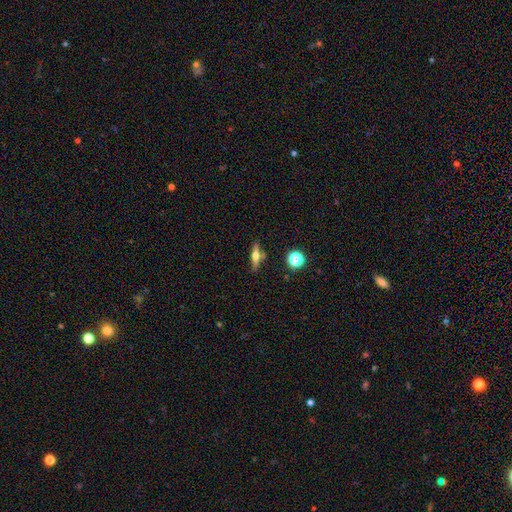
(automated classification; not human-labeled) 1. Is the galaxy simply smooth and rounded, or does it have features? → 46% featured or disk, 43% smooth, 10% star or artifact.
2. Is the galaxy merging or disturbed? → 80% none, 11% minor disturbance, 6% merger, 3% major disturbance.